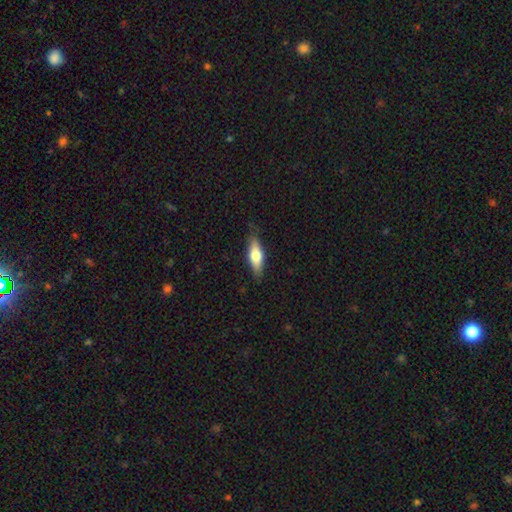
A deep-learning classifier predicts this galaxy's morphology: The model was most divided on "how rounded": in between: 57%, cigar-shaped: 40%, round: 3%. More confident: merging — none (83%); smooth or featured — smooth (61%).